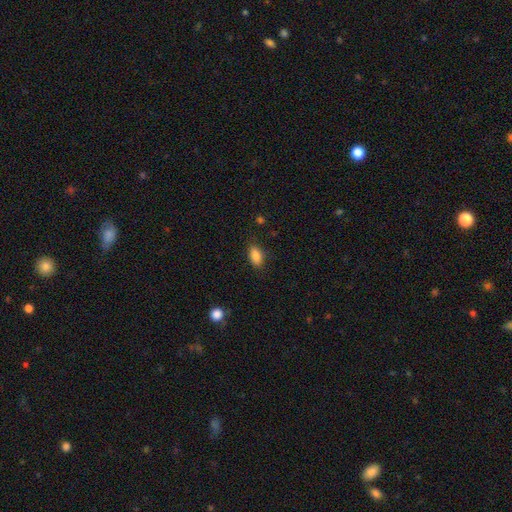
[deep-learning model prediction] A smooth galaxy with no disk features (86%) that is in between round and cigar-shaped (89%).

Vote fractions:
- Smooth or featured? smooth: 86% / star or artifact: 8% / featured or disk: 6%
- How rounded? in between: 89% / round: 6% / cigar-shaped: 5%
- Merging? none: 83% / minor disturbance: 13% / major disturbance: 3% / merger: 1%